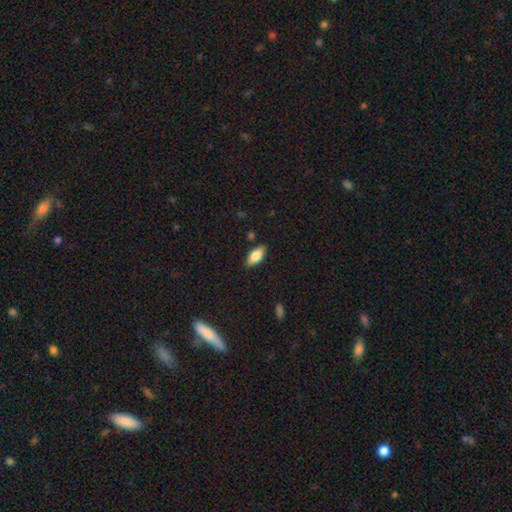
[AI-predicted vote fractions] Overall: smooth (77%). How rounded: in between (87%). Merging: none (86%).